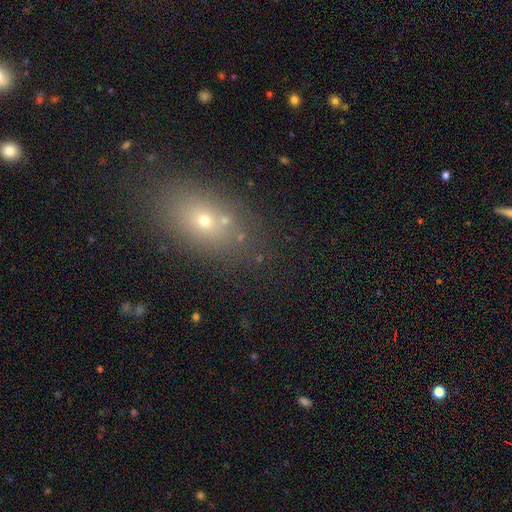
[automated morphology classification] smooth 55%, star or artifact 27%, featured or disk 18%. Down the decision tree: how rounded — in between (69%); merging — none (73%).